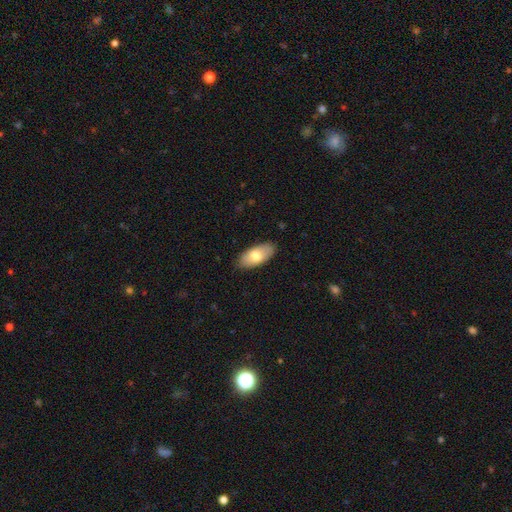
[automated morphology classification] This appears to be a smooth galaxy with no disk features (74%) that is in between round and cigar-shaped (91%). Merging: none (86%).